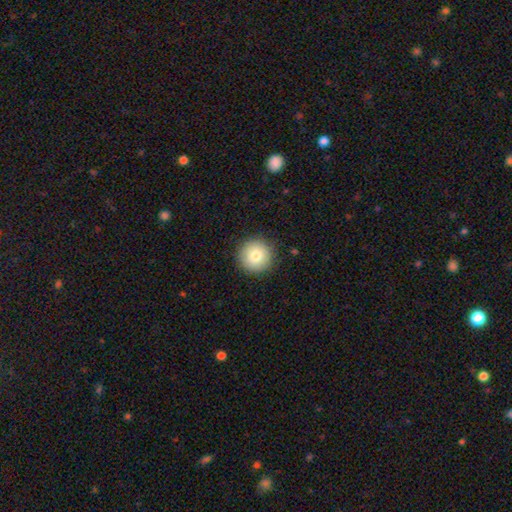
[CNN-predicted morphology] Smooth or featured?
  - smooth: 81% *
  - featured or disk: 10%
  - star or artifact: 9%
How rounded?
  - round: 96% *
  - in between: 3%
  - cigar-shaped: 1%
Merging?
  - none: 91% *
  - minor disturbance: 6%
  - major disturbance: 2%
  - merger: 1%